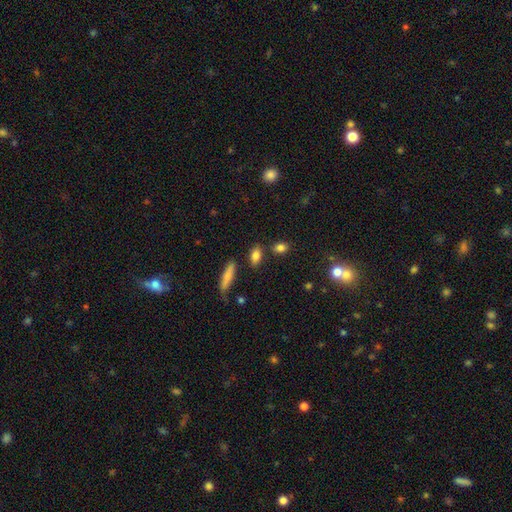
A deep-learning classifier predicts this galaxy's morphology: smooth_or_featured: smooth (p=0.81) [alt: star or artifact p=0.10]
how_rounded: in between (p=0.80) [alt: round p=0.11]
merging: none (p=0.78) [alt: minor disturbance p=0.11]